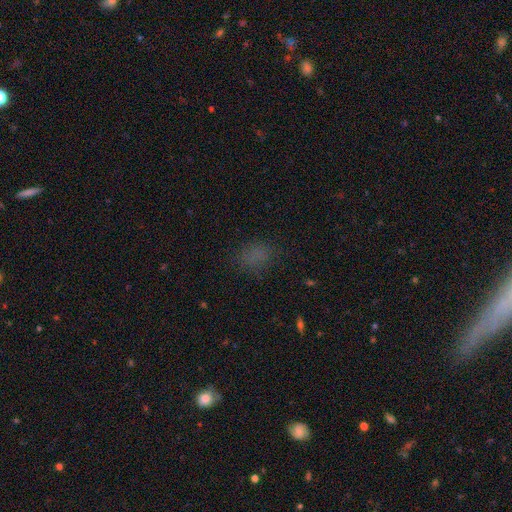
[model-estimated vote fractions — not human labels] Overall: smooth (73%). How rounded: in between (71%). Merging: none (76%).